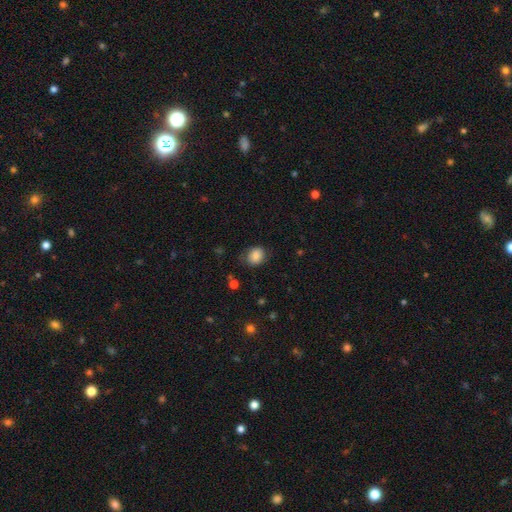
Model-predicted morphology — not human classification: A smooth galaxy with no disk features (83%) that is round (55%). Merging: none (72%).